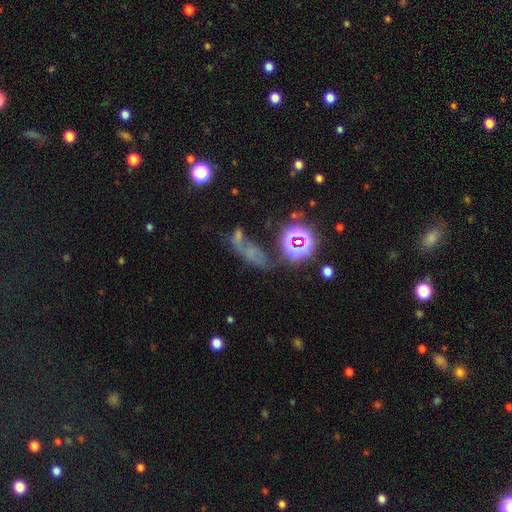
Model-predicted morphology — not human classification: Smooth or featured?
  - smooth: 41% *
  - star or artifact: 34%
  - featured or disk: 25%
Merging?
  - none: 32% *
  - merger: 26%
  - major disturbance: 25%
  - minor disturbance: 18%